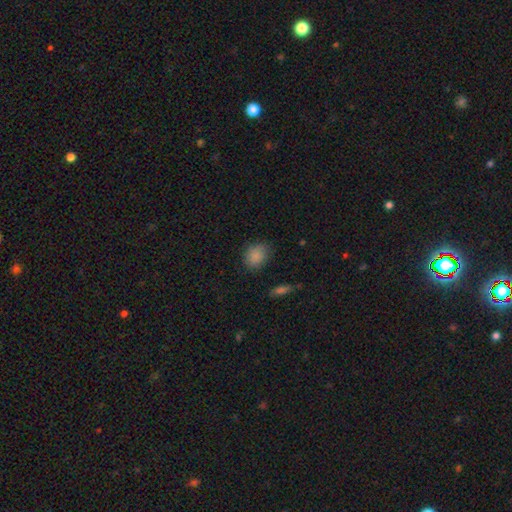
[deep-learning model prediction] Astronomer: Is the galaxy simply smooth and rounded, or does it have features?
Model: smooth — 86%.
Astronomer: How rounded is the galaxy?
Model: round — 53% (runner-up: in between, 46%).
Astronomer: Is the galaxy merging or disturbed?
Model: none — 79%.